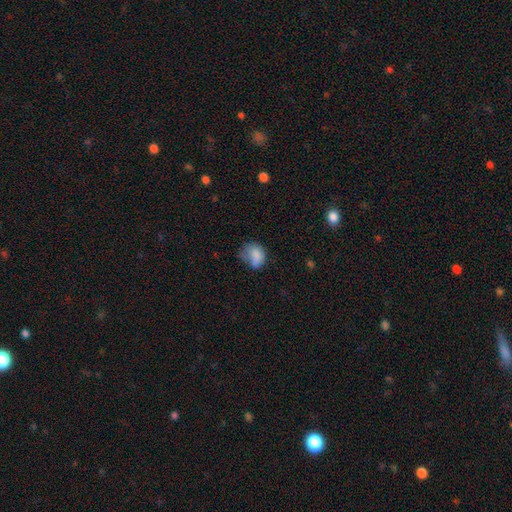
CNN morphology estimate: Smooth or featured? Predicted: smooth (p=0.78). How rounded? Predicted: in between (p=0.51). Merging? Predicted: none (p=0.35).